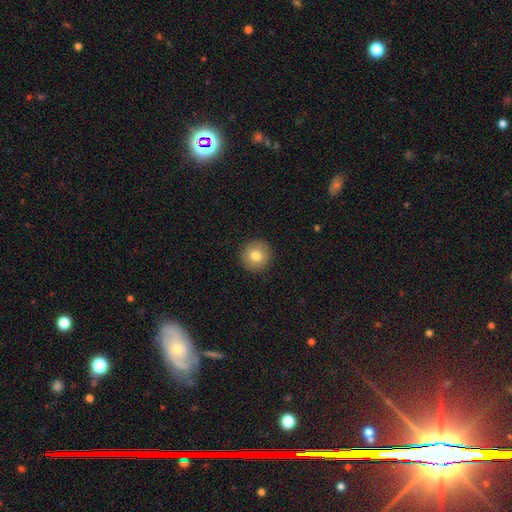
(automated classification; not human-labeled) Smooth or featured? smooth (79%)
How rounded? round (95%)
Merging? none (92%)